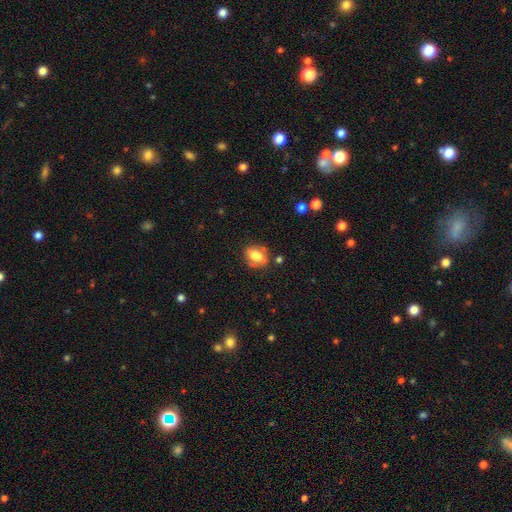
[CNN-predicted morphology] A smooth galaxy with no disk features (65%) that is in between round and cigar-shaped (71%).

Vote fractions:
- Smooth or featured? smooth: 65% / featured or disk: 25% / star or artifact: 9%
- How rounded? in between: 71% / round: 26% / cigar-shaped: 2%
- Merging? none: 62% / minor disturbance: 23% / major disturbance: 8% / merger: 6%